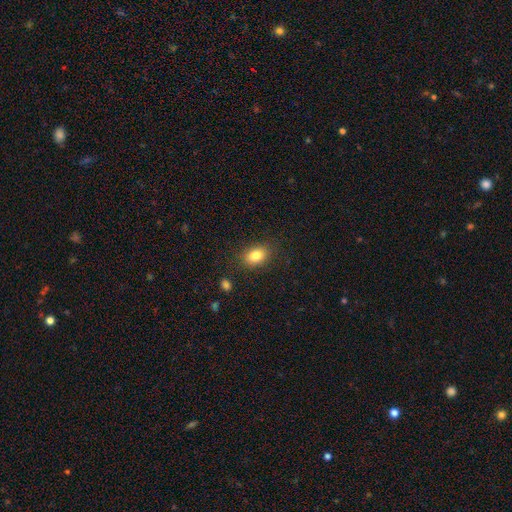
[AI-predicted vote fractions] Smooth or featured? smooth (82%)
How rounded? in between (73%)
Merging? none (85%)